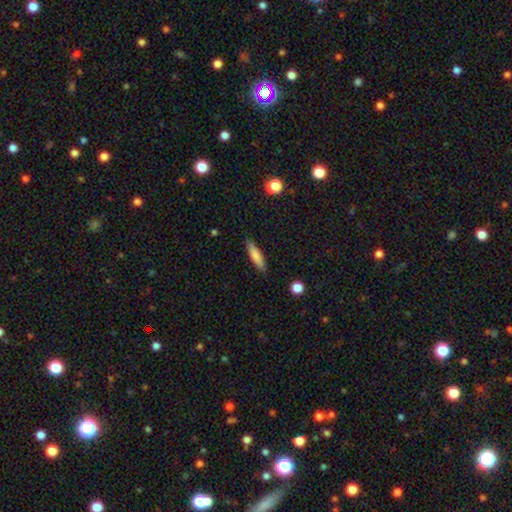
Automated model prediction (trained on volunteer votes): smooth_or_featured: smooth (p=0.78) [alt: featured or disk p=0.15]
how_rounded: cigar-shaped (p=0.75) [alt: in between p=0.24]
merging: none (p=0.87) [alt: minor disturbance p=0.10]